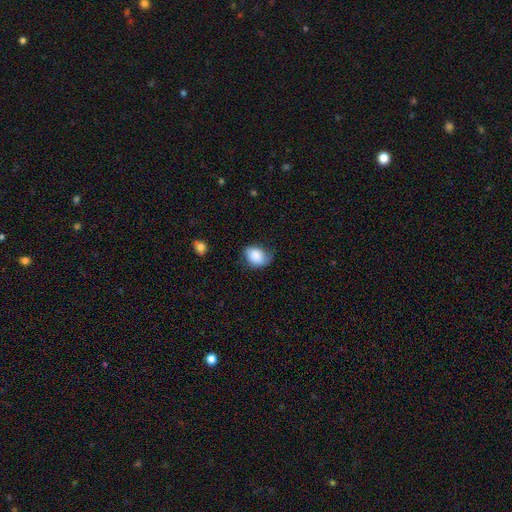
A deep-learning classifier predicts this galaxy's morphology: smooth_or_featured: smooth (p=0.82) [alt: featured or disk p=0.10]
how_rounded: in between (p=0.68) [alt: round p=0.31]
merging: none (p=0.47) [alt: minor disturbance p=0.37]